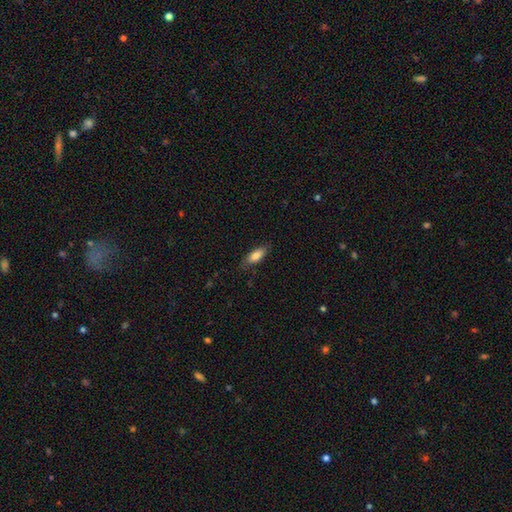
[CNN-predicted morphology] This appears to be a smooth galaxy with no disk features (81%) that is in between round and cigar-shaped (73%). Merging: none (78%).